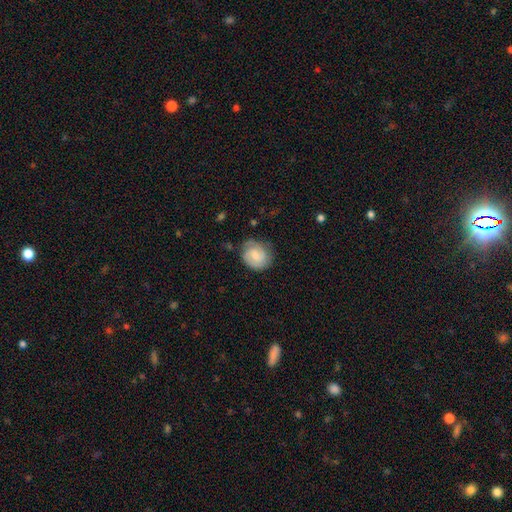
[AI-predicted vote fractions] Q: Smooth or featured?
A: featured or disk (56%); runner-up: smooth (37%)
Q: Edge-on disk?
A: no (98%); runner-up: yes (2%)
Q: Bar?
A: weak (49%); runner-up: no (42%)
Q: Spiral arms?
A: yes (91%); runner-up: no (9%)
Q: Bulge size?
A: small (39%); runner-up: moderate (36%)
Q: Merging?
A: none (71%); runner-up: minor disturbance (21%)